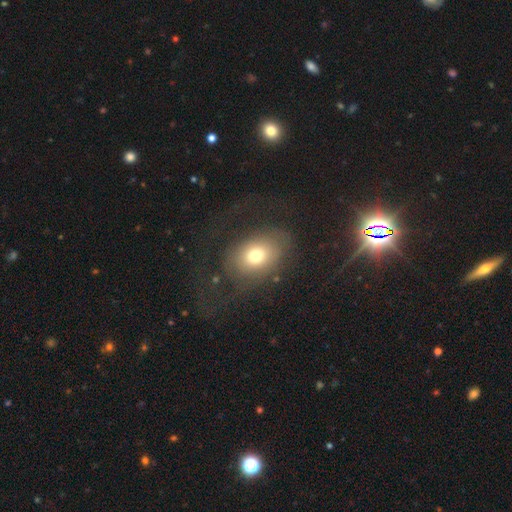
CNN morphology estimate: This appears to be a smooth galaxy with no disk features (69%) that is in between round and cigar-shaped (63%). Merging: none (57%).